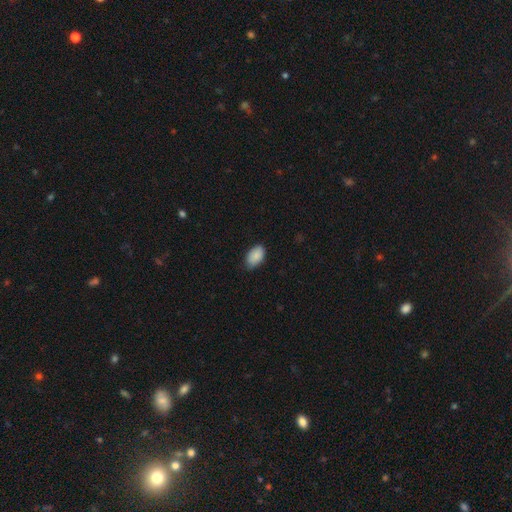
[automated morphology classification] A smooth galaxy with no disk features (89%) that is in between round and cigar-shaped (92%). Merging: none (77%).